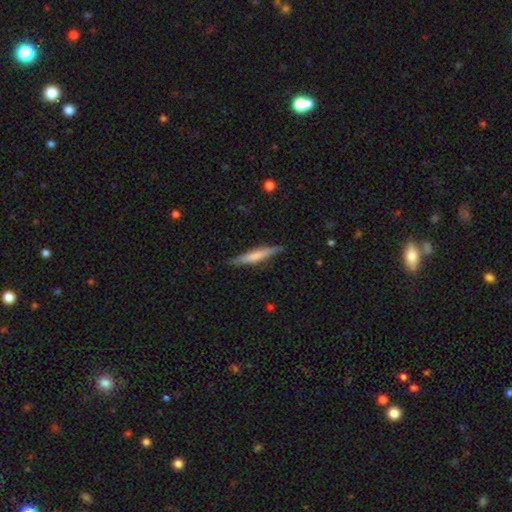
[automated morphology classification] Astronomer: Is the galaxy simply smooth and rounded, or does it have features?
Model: smooth — 62%.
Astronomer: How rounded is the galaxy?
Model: cigar-shaped — 92%.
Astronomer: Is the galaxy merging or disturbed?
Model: none — 86%.